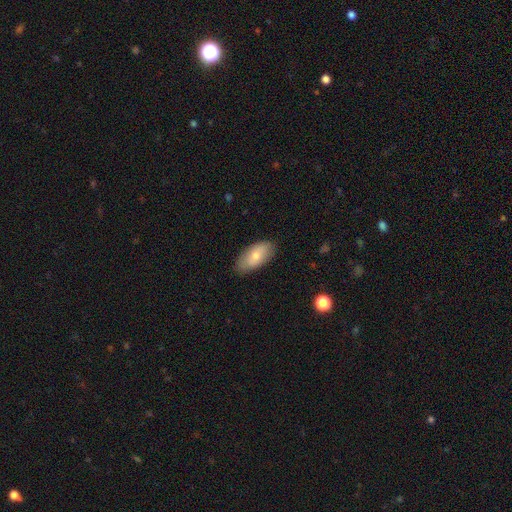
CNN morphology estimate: type=smooth (73%); roundness=in between (92%); merging=none (83%).